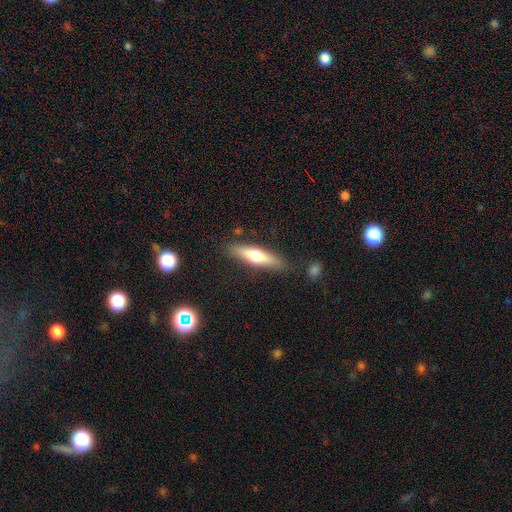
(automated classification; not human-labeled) Smooth or featured? Predicted: smooth (p=0.55). How rounded? Predicted: cigar-shaped (p=0.77). Merging? Predicted: none (p=0.84).